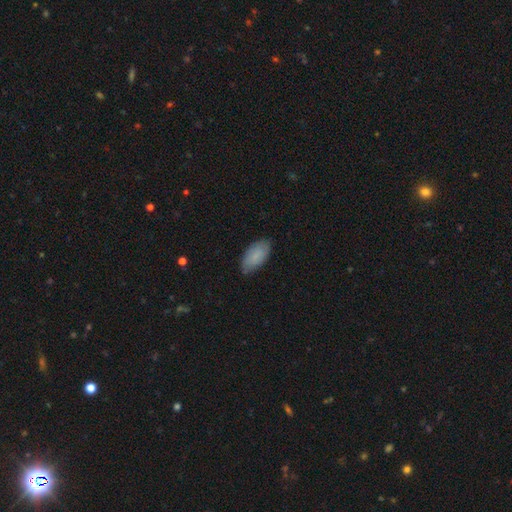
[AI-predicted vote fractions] Smooth or featured: smooth — 84% (featured or disk — 10%)
How rounded: in between — 93% (cigar-shaped — 5%)
Merging: none — 79% (minor disturbance — 17%)